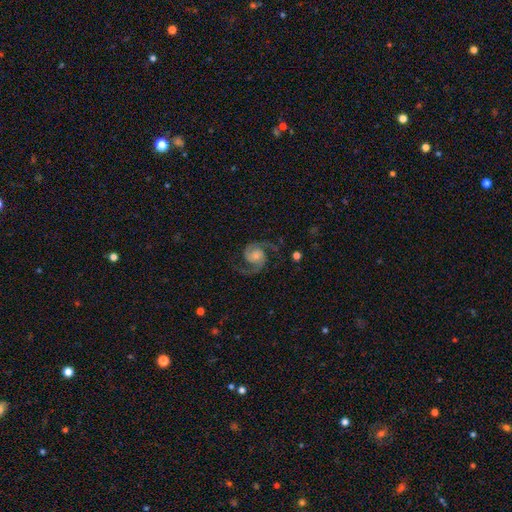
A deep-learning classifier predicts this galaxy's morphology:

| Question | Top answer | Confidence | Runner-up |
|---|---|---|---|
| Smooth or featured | featured or disk | 91% | star or artifact (5%) |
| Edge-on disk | no | 98% | yes (2%) |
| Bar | no | 67% | weak (26%) |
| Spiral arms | yes | 98% | no (2%) |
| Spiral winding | medium | 60% | tight (22%) |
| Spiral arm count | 2 | 94% | 3 (2%) |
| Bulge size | small | 50% | moderate (39%) |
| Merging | none | 81% | minor disturbance (12%) |